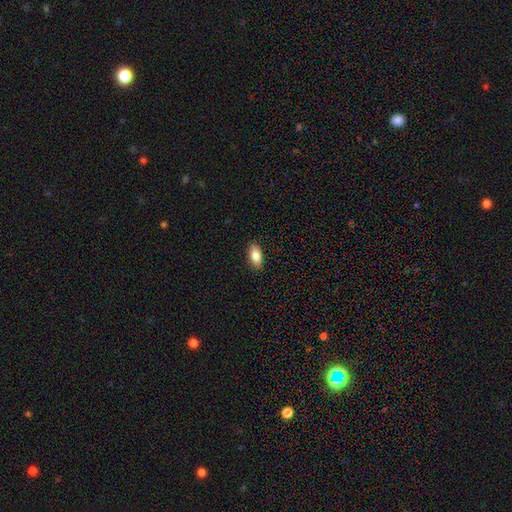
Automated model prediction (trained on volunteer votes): This appears to be a smooth galaxy with no disk features (85%) that is in between round and cigar-shaped (90%). Merging: none (89%).